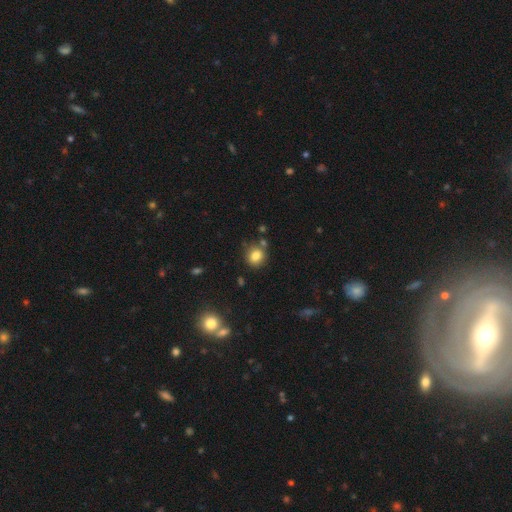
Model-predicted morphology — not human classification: This is clearly a smooth galaxy (82%). How rounded: likely round (76%). Merging: likely none (75%).